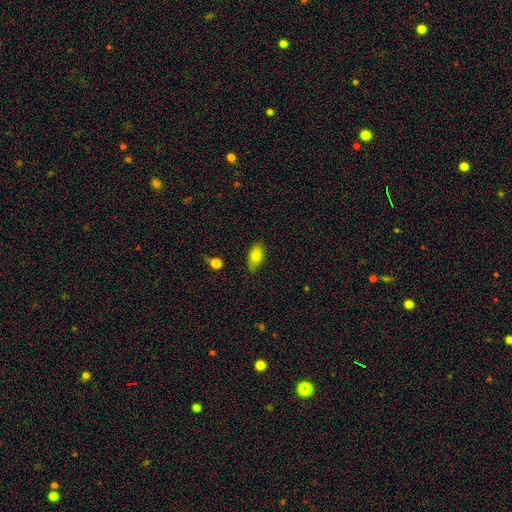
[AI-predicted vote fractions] Overall: smooth (81%). How rounded: in between (88%). Merging: none (78%).